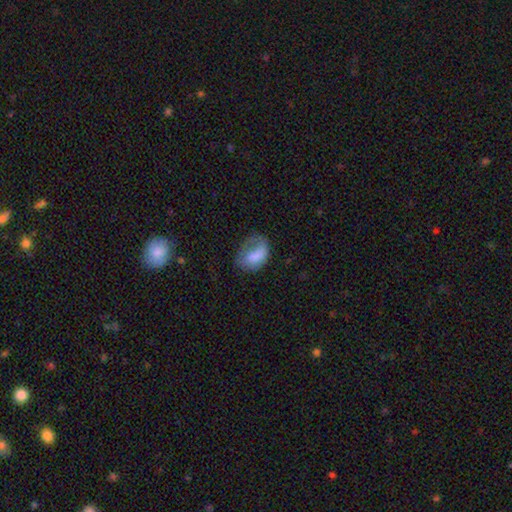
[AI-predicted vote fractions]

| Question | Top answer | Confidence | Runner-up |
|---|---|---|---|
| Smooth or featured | smooth | 70% | featured or disk (22%) |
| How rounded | in between | 81% | round (18%) |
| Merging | major disturbance | 37% | none (31%) |